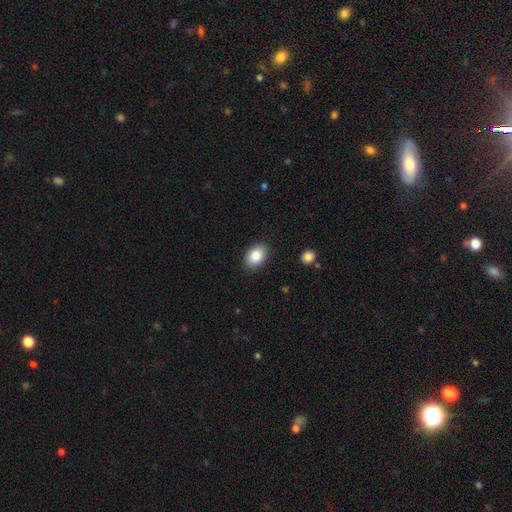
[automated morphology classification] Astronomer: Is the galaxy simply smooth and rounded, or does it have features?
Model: smooth — 86%.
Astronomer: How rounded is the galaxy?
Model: in between — 79%.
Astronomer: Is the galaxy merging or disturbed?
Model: none — 87%.